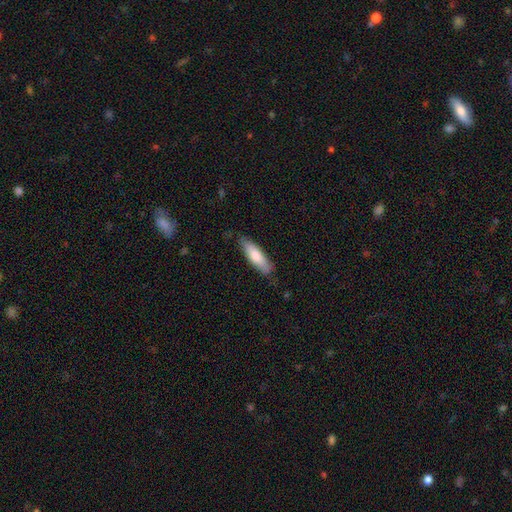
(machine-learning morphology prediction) A smooth galaxy with no disk features (77%) that is cigar-shaped (55%). Merging: none (80%).